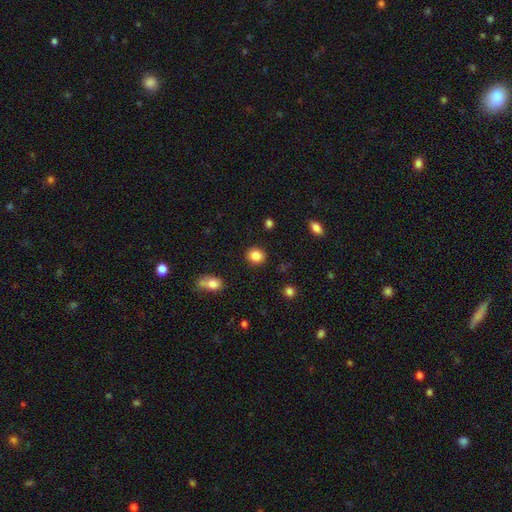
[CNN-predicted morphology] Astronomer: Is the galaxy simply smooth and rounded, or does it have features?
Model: smooth — 86%.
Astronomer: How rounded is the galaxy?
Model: round — 77%.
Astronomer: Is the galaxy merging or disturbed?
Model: none — 89%.